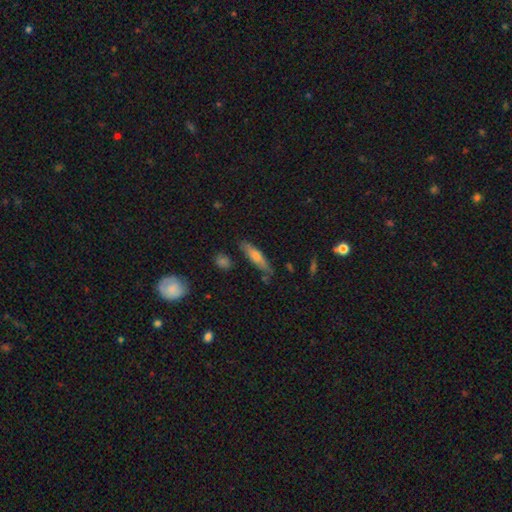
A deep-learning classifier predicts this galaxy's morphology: This appears to be a smooth galaxy with no disk features (55%) that is cigar-shaped (80%). Merging: none (80%).